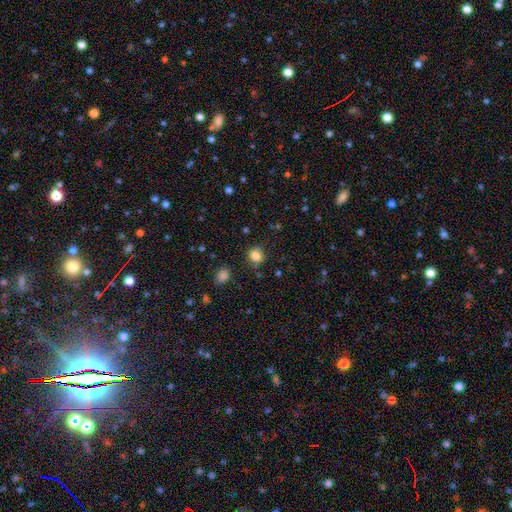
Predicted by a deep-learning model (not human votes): Morphology: type=smooth (83%); roundness=round (77%); merging=none (81%).